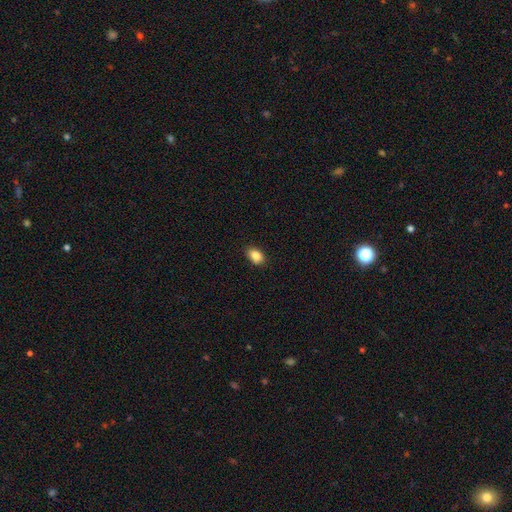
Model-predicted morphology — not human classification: Smooth or featured? Predicted: smooth (p=0.87). How rounded? Predicted: in between (p=0.85). Merging? Predicted: none (p=0.87).